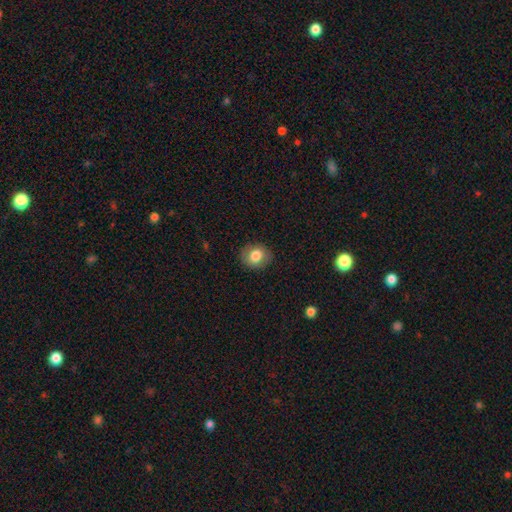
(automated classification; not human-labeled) This is likely a smooth galaxy (79%). How rounded: likely round (65%). Merging: clearly none (87%).